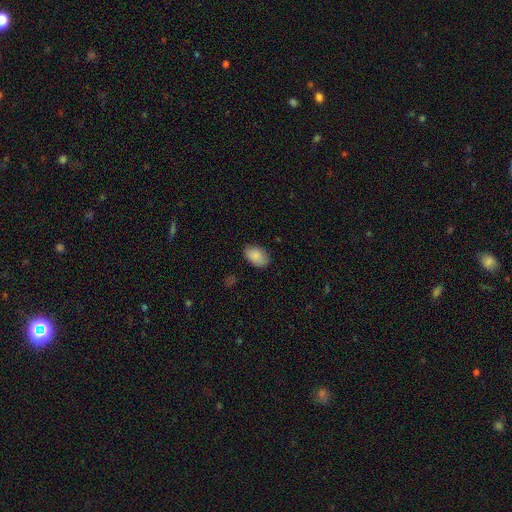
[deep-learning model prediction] smooth_or_featured: smooth (p=0.86) [alt: star or artifact p=0.07]
how_rounded: in between (p=0.90) [alt: round p=0.09]
merging: none (p=0.80) [alt: minor disturbance p=0.15]